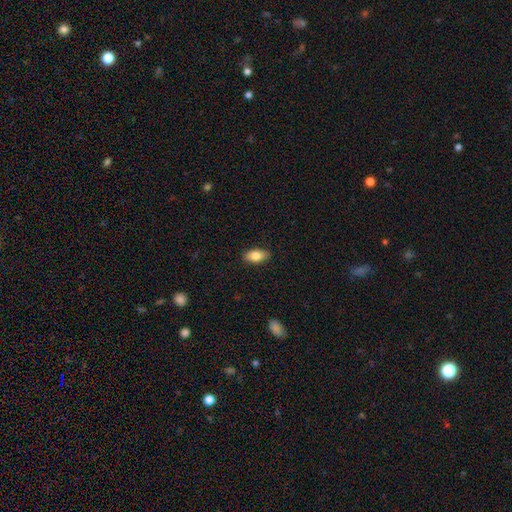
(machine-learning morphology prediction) A smooth galaxy with no disk features (82%) that is in between round and cigar-shaped (89%). Merging: none (88%).